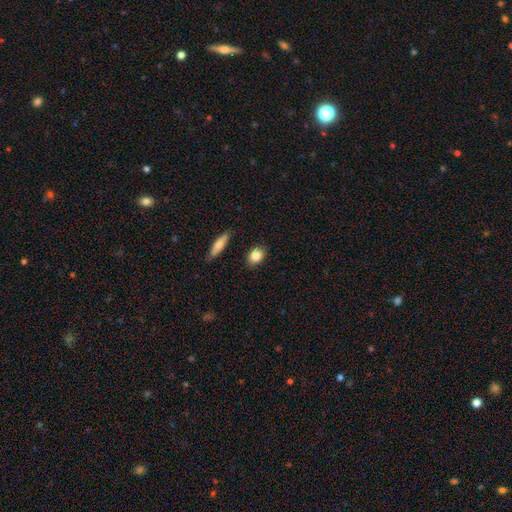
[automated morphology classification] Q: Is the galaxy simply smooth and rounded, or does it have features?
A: smooth — 84%.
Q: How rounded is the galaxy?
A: in between — 61%.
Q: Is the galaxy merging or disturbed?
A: none — 87%.